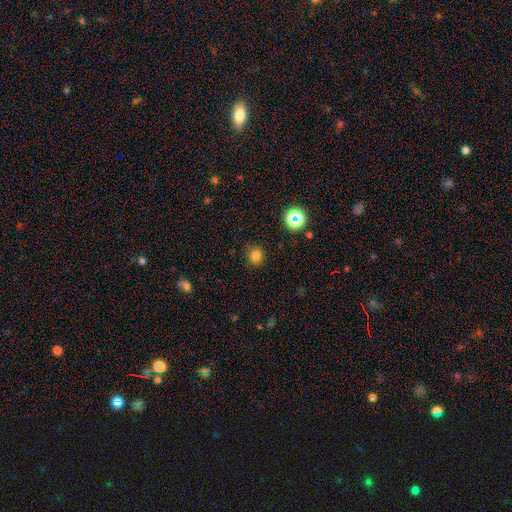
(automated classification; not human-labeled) Morphology: type=smooth (78%); roundness=round (86%); merging=none (85%).